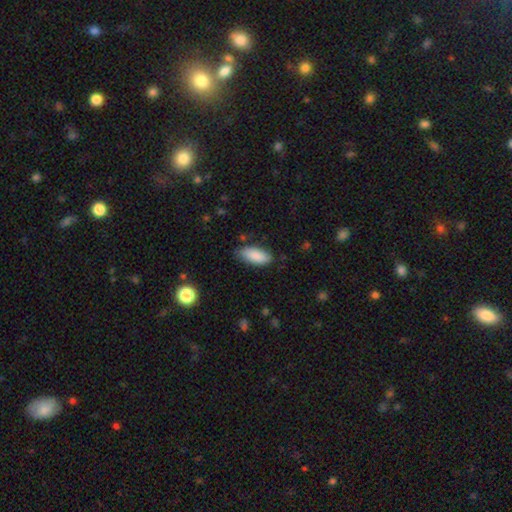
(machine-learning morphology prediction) A smooth galaxy with no disk features (88%) that is in between round and cigar-shaped (86%).

Vote fractions:
- Smooth or featured? smooth: 88% / star or artifact: 6% / featured or disk: 6%
- How rounded? in between: 86% / cigar-shaped: 12% / round: 2%
- Merging? none: 79% / minor disturbance: 17% / major disturbance: 3% / merger: 2%